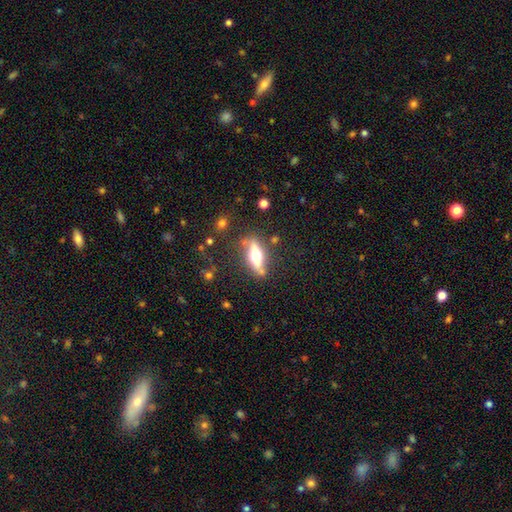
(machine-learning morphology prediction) This is possibly a featured or disk galaxy (58%). It is clearly viewed edge-on (83%). Merging: likely none (75%).